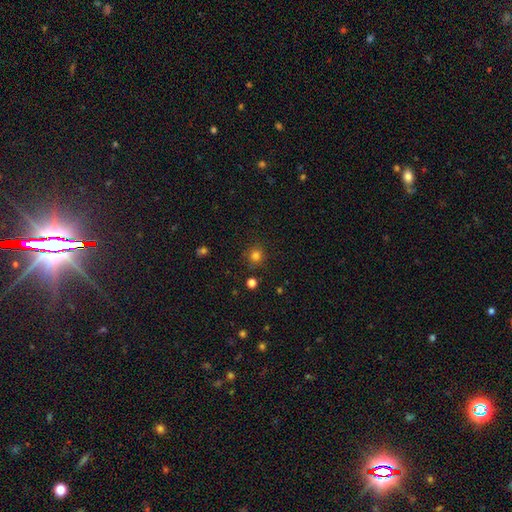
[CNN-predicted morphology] A smooth galaxy with no disk features (81%) that is round (92%). Merging: none (86%).